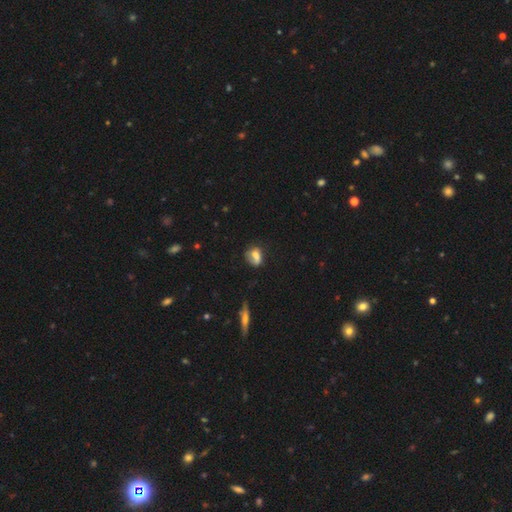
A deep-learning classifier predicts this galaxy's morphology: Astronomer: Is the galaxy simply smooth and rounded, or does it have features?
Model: smooth — 64%.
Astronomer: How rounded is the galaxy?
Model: in between — 54% (runner-up: round, 43%).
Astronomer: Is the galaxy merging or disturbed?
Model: none — 46% (runner-up: minor disturbance, 27%).